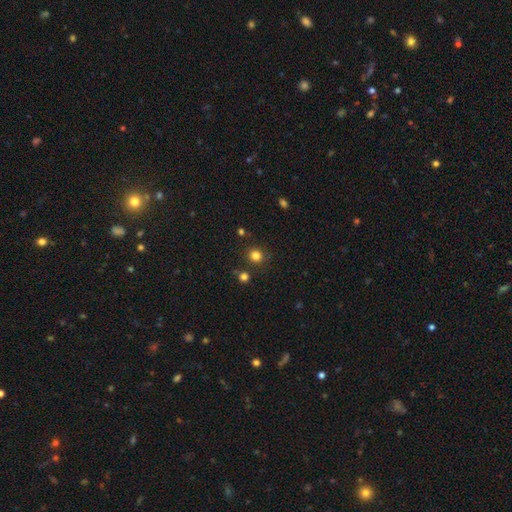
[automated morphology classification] Smooth or featured? smooth (81%)
How rounded? round (89%)
Merging? none (85%)